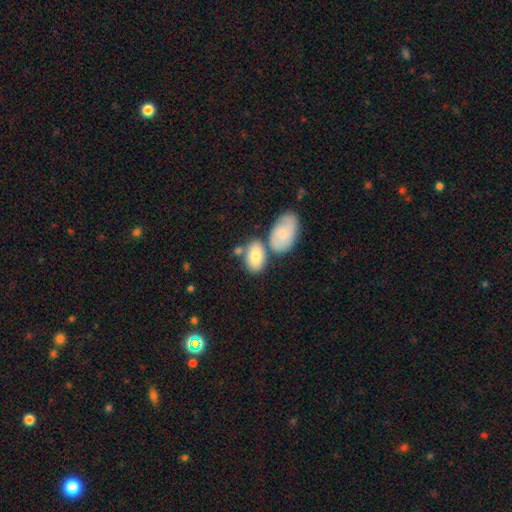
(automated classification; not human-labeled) A smooth galaxy with no disk features (79%) that is in between round and cigar-shaped (91%). Merging: none (52%).